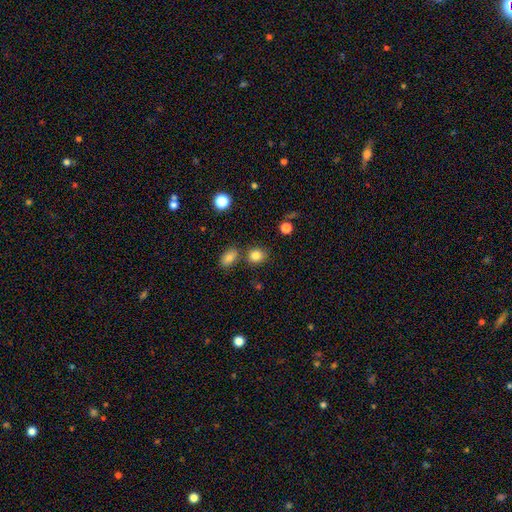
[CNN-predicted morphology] The model was most divided on "how rounded": round: 71%, in between: 28%, cigar-shaped: 1%. More confident: smooth or featured — smooth (82%); merging — none (74%).